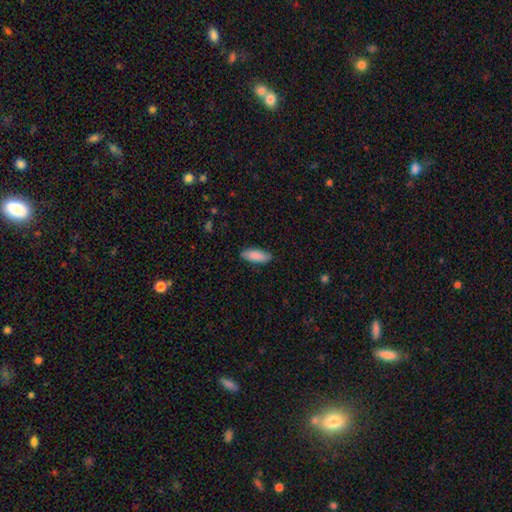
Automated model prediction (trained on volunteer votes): Overall: smooth (87%). How rounded: in between (75%). Merging: none (85%).